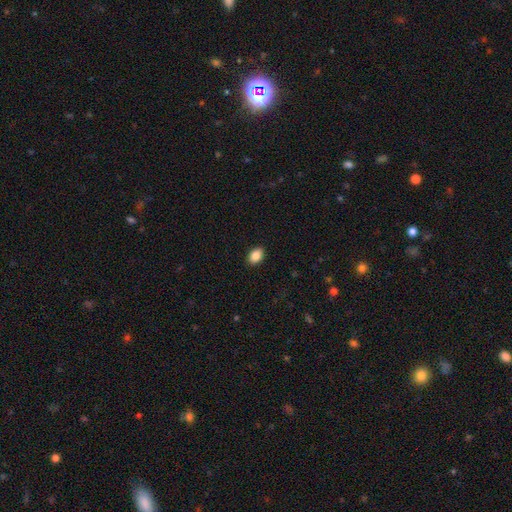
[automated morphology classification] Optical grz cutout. It shows a smooth galaxy with no disk features (87%) that is in between round and cigar-shaped (84%). Merging: none (90%).